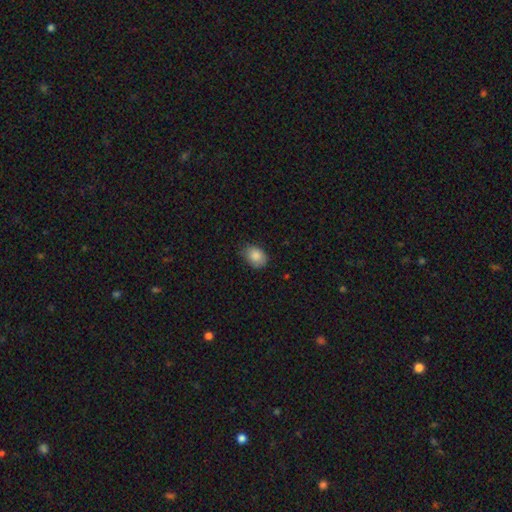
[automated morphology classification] smooth-or-featured: smooth: 87% | star or artifact: 8% | featured or disk: 5%
  how-rounded: in between: 71% | round: 28% | cigar-shaped: 1%
  merging: none: 72% | minor disturbance: 23% | major disturbance: 4% | merger: 1%